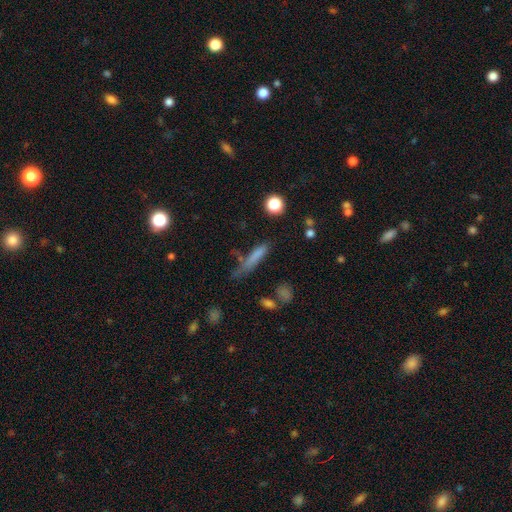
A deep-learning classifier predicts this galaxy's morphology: smooth_or_featured: smooth (p=0.73) [alt: featured or disk p=0.16]
how_rounded: cigar-shaped (p=0.84) [alt: in between p=0.13]
merging: none (p=0.56) [alt: minor disturbance p=0.23]